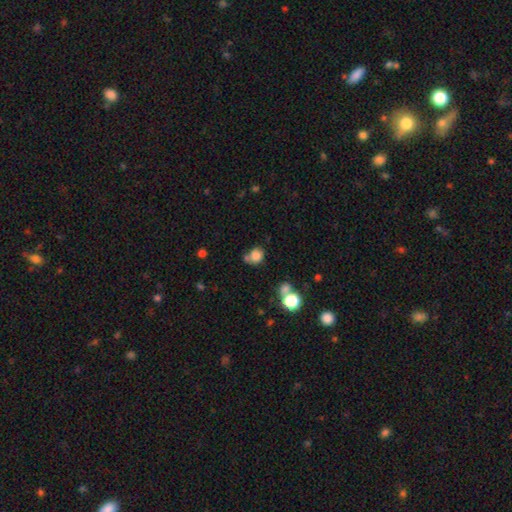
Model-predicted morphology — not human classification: A smooth galaxy with no disk features (80%) that is round (72%). Merging: none (53%).